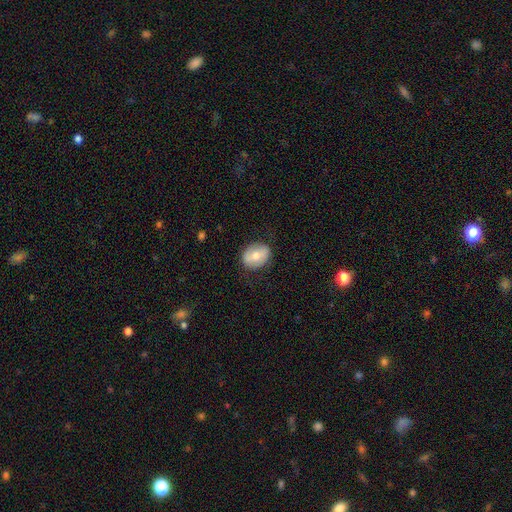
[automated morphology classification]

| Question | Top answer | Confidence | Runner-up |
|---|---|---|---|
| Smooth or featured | smooth | 64% | featured or disk (29%) |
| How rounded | in between | 59% | round (40%) |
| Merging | none | 80% | minor disturbance (15%) |